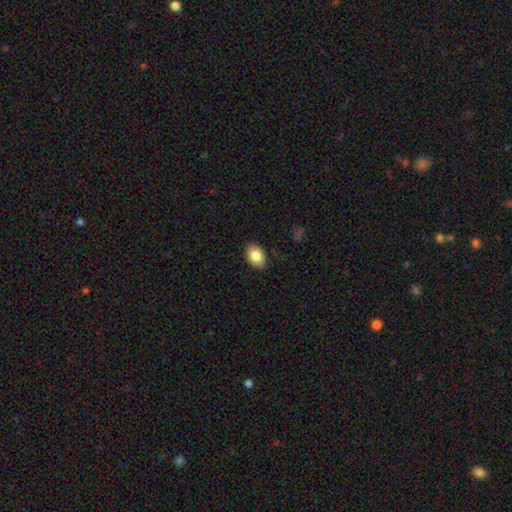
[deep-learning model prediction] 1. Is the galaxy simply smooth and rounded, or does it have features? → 85% smooth, 8% featured or disk, 8% star or artifact.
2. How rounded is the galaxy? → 80% in between, 19% round, 1% cigar-shaped.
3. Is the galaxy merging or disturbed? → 88% none, 9% minor disturbance, 2% major disturbance, 1% merger.